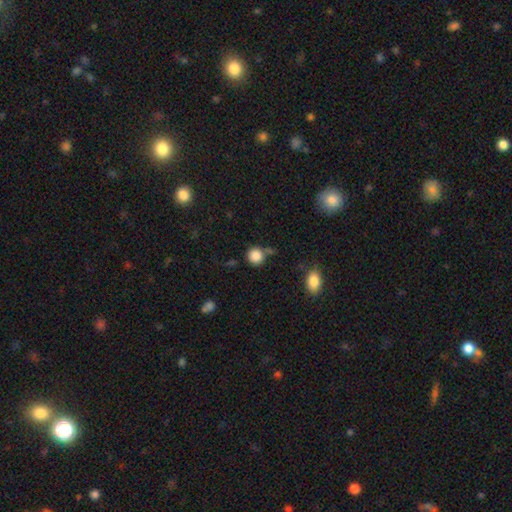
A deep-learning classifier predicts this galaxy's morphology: Q: Smooth or featured?
A: smooth (86%); runner-up: star or artifact (10%)
Q: How rounded?
A: round (91%); runner-up: in between (8%)
Q: Merging?
A: none (71%); runner-up: minor disturbance (14%)